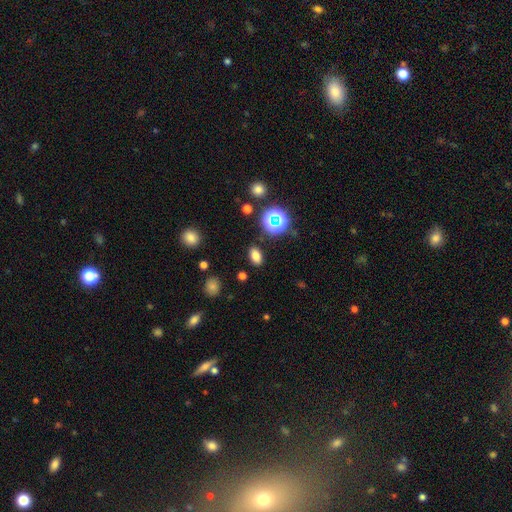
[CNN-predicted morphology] smooth_or_featured: smooth (p=0.74) [alt: star or artifact p=0.18]
how_rounded: in between (p=0.85) [alt: round p=0.12]
merging: none (p=0.86) [alt: minor disturbance p=0.09]